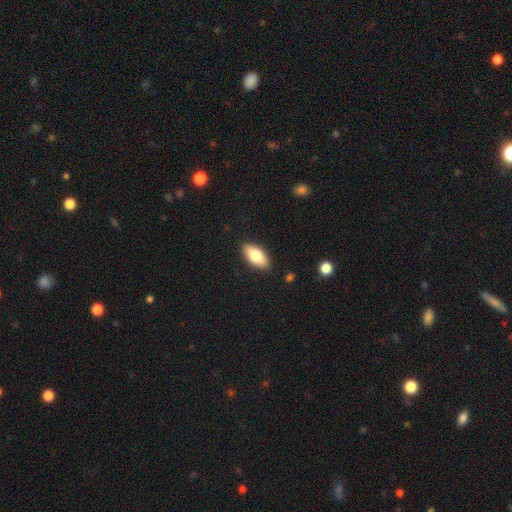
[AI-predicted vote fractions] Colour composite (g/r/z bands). It shows a smooth galaxy with no disk features (78%) that is in between round and cigar-shaped (89%). Merging: none (89%).